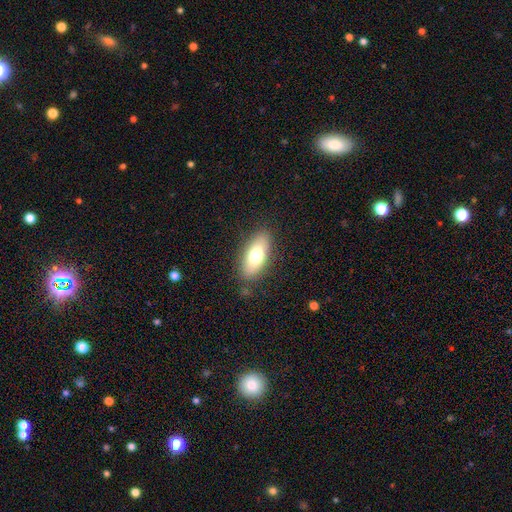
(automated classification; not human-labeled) Smooth or featured? Predicted: smooth (p=0.74). How rounded? Predicted: in between (p=0.82). Merging? Predicted: none (p=0.84).